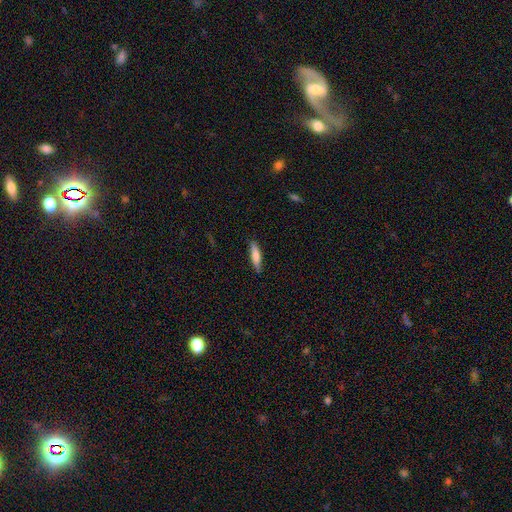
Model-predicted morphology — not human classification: smooth_or_featured: smooth (p=0.78) [alt: featured or disk p=0.17]
how_rounded: cigar-shaped (p=0.75) [alt: in between p=0.24]
merging: none (p=0.85) [alt: minor disturbance p=0.12]